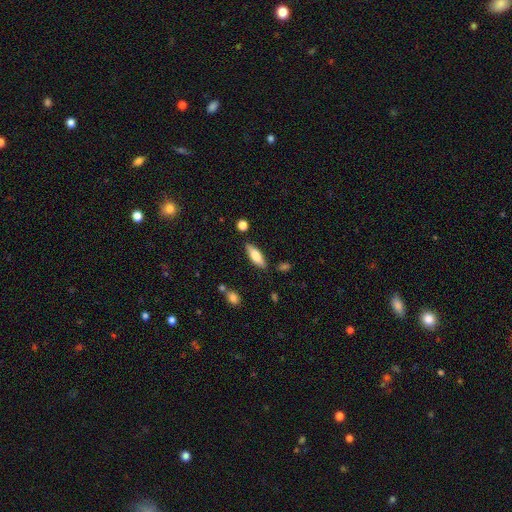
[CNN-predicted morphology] The model was most divided on "how rounded": in between: 57%, cigar-shaped: 41%, round: 2%. More confident: merging — none (83%); smooth or featured — smooth (72%).